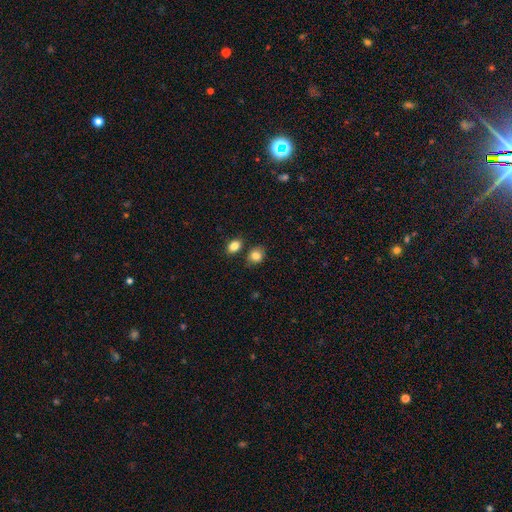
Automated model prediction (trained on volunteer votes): Q: Smooth or featured?
A: smooth (85%); runner-up: star or artifact (9%)
Q: How rounded?
A: round (50%); runner-up: in between (49%)
Q: Merging?
A: none (73%); runner-up: minor disturbance (13%)